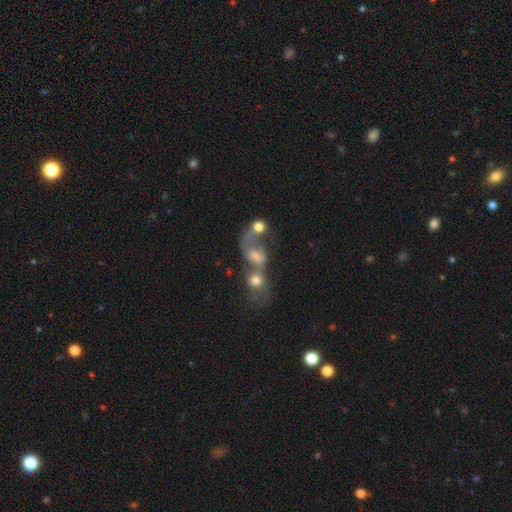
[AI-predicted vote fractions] smooth_or_featured: smooth (p=0.51) [alt: featured or disk p=0.35]
how_rounded: in between (p=0.56) [alt: round p=0.41]
merging: merger (p=0.67) [alt: major disturbance p=0.14]